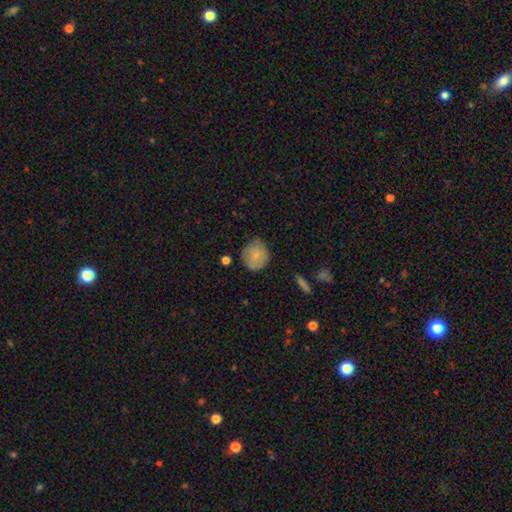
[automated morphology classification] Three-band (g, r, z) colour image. It shows a smooth galaxy with no disk features (78%) that is round (82%). Merging: none (71%).